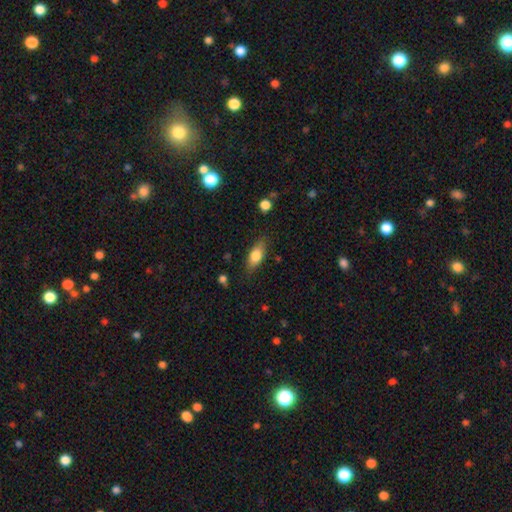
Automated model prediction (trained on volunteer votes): smooth 75%, featured or disk 19%, star or artifact 7%. Down the decision tree: how rounded — in between (79%); merging — none (80%).